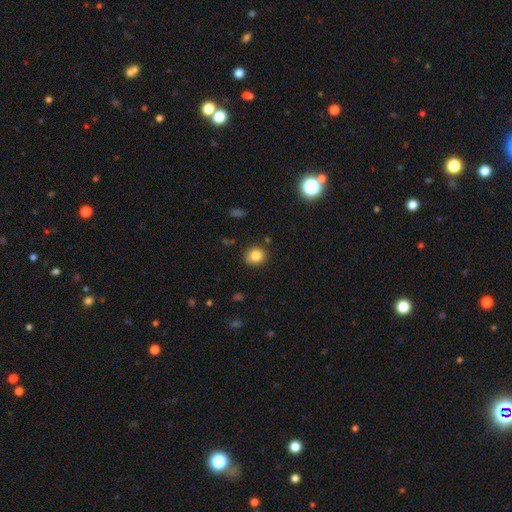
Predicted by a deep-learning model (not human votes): Smooth or featured?
  - smooth: 83% *
  - star or artifact: 11%
  - featured or disk: 6%
How rounded?
  - round: 80% *
  - in between: 19%
  - cigar-shaped: 1%
Merging?
  - none: 85% *
  - minor disturbance: 10%
  - major disturbance: 2%
  - merger: 2%